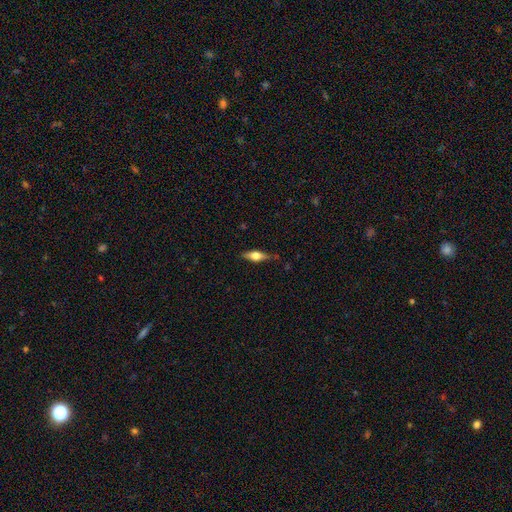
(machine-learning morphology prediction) Smooth or featured?
  - smooth: 48% *
  - featured or disk: 45%
  - star or artifact: 7%
Merging?
  - none: 75% *
  - minor disturbance: 19%
  - major disturbance: 4%
  - merger: 2%